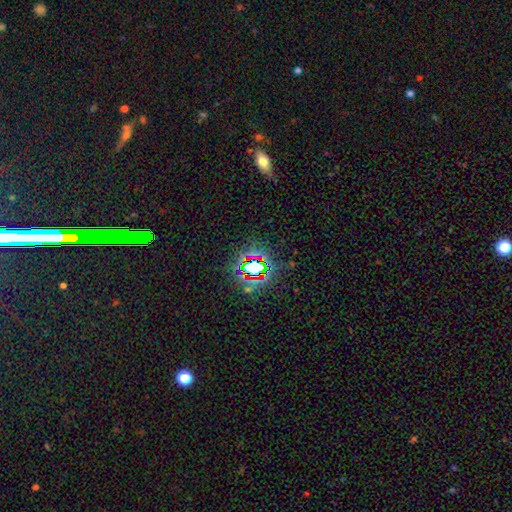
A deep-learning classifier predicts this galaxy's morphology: Overall: star or artifact (73%).